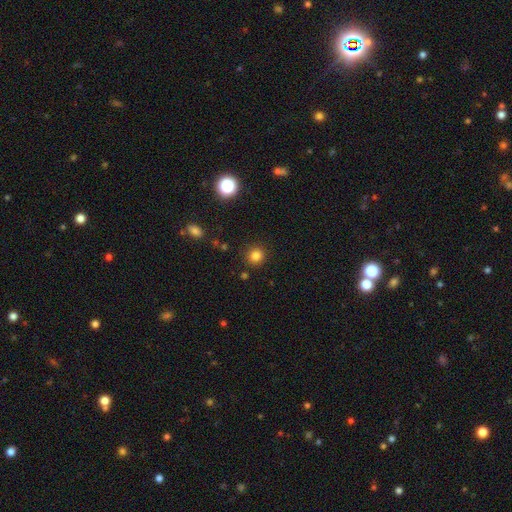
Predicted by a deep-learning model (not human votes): The model was most divided on "smooth or featured": smooth: 81%, star or artifact: 14%, featured or disk: 5%. More confident: how rounded — round (90%); merging — none (89%).